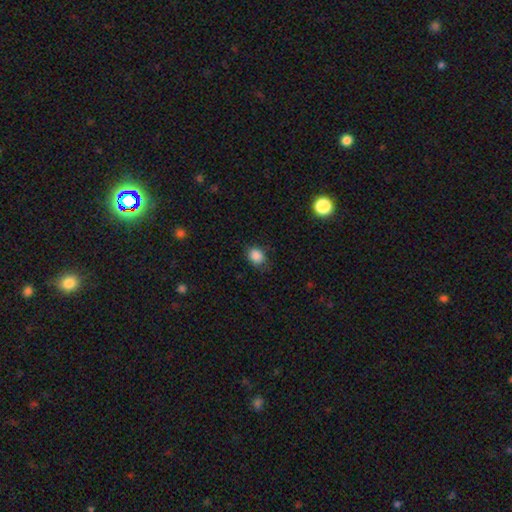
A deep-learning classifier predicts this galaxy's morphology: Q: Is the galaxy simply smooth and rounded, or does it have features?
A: smooth — 87%.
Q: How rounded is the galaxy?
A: round — 55%.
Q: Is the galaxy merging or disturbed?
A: none — 75%.